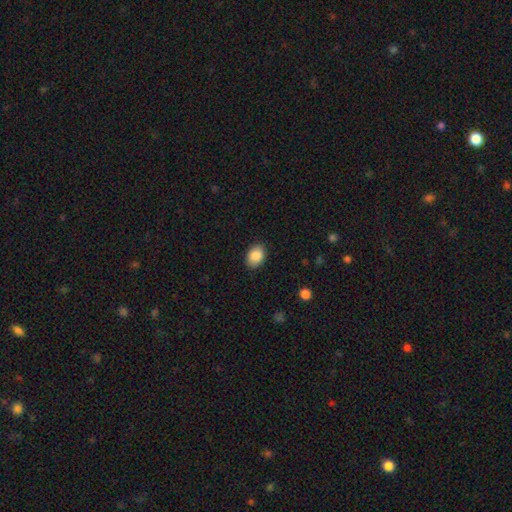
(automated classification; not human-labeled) Overall: smooth (88%). How rounded: in between (75%). Merging: none (86%).